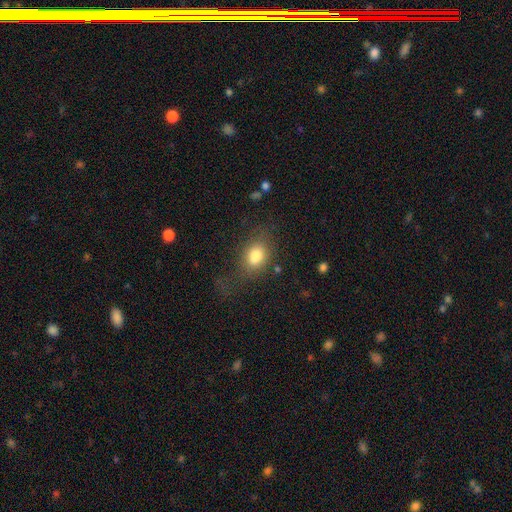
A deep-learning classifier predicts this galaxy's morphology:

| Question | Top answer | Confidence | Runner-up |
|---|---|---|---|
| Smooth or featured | smooth | 79% | featured or disk (11%) |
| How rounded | in between | 73% | round (24%) |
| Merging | none | 52% | minor disturbance (23%) |